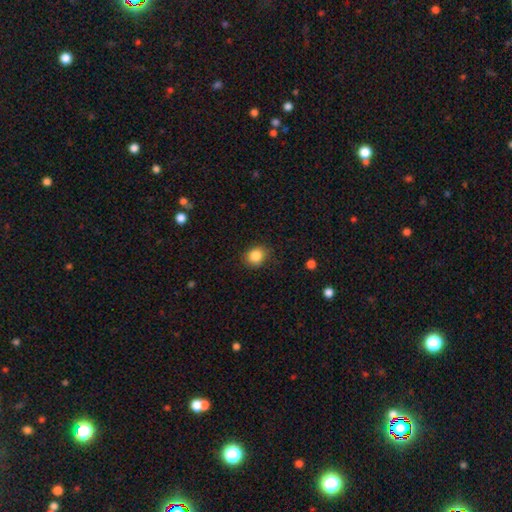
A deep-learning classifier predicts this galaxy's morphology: smooth_or_featured: smooth (p=0.85) [alt: star or artifact p=0.10]
how_rounded: round (p=0.72) [alt: in between p=0.27]
merging: none (p=0.82) [alt: minor disturbance p=0.14]